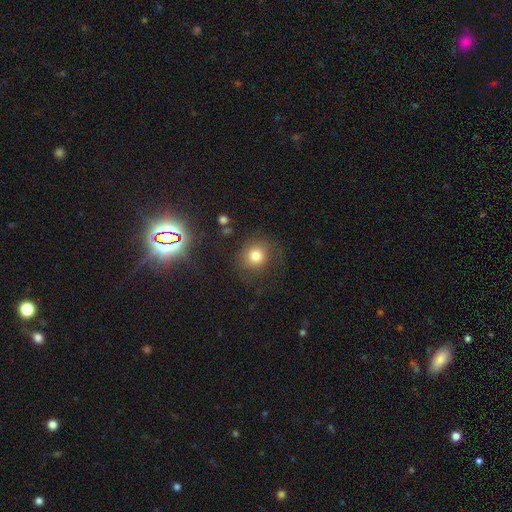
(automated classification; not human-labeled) smooth-or-featured: smooth: 76% | star or artifact: 13% | featured or disk: 11%
  how-rounded: round: 86% | in between: 13% | cigar-shaped: 1%
  merging: none: 72% | minor disturbance: 16% | major disturbance: 10% | merger: 2%